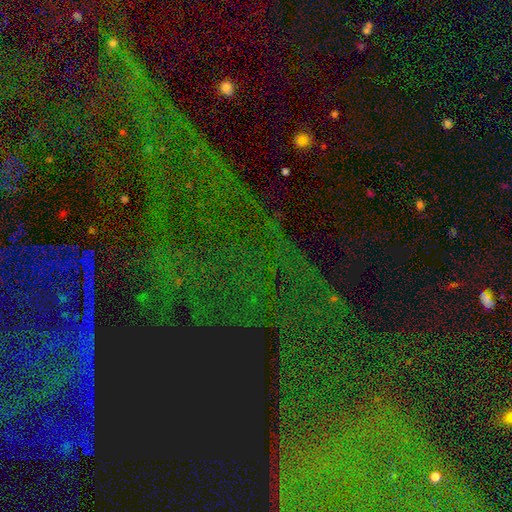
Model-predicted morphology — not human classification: Smooth or featured: star or artifact — 80% (featured or disk — 10%)